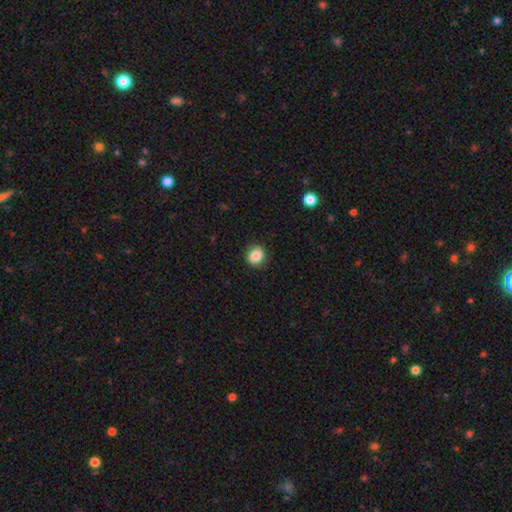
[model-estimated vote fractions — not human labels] smooth 87%, star or artifact 9%, featured or disk 4%. Down the decision tree: how rounded — round (79%); merging — none (88%).